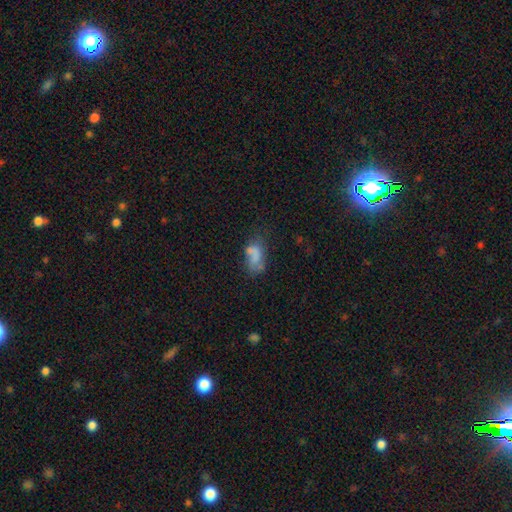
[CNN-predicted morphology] Smooth or featured: smooth — 61% (featured or disk — 26%)
How rounded: in between — 87% (round — 8%)
Merging: none — 36% (minor disturbance — 26%)